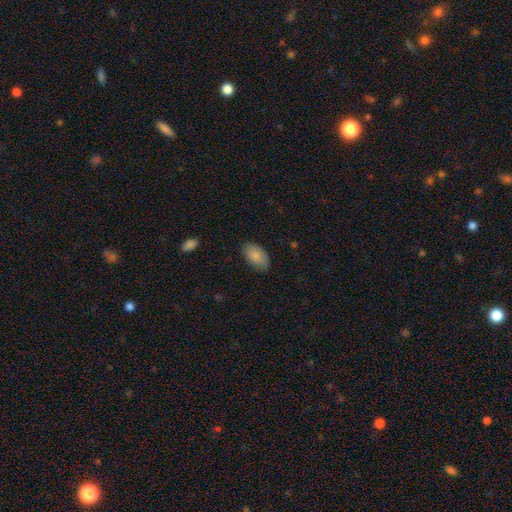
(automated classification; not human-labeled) Smooth or featured?
  - smooth: 85% *
  - featured or disk: 8%
  - star or artifact: 6%
How rounded?
  - in between: 94% *
  - round: 4%
  - cigar-shaped: 2%
Merging?
  - none: 80% *
  - minor disturbance: 16%
  - major disturbance: 3%
  - merger: 1%